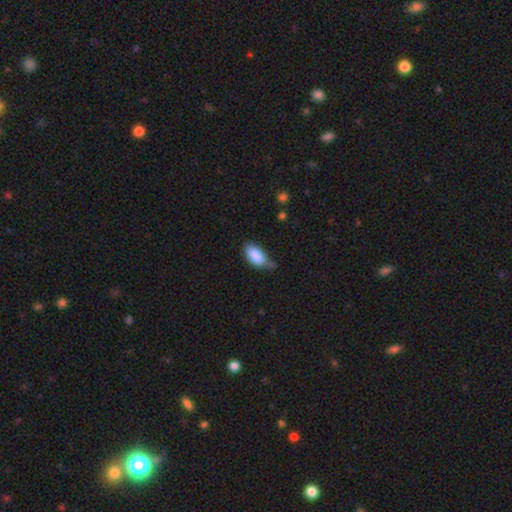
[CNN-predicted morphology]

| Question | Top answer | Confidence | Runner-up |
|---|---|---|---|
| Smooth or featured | smooth | 87% | star or artifact (7%) |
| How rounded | in between | 93% | cigar-shaped (4%) |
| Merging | none | 56% | minor disturbance (32%) |